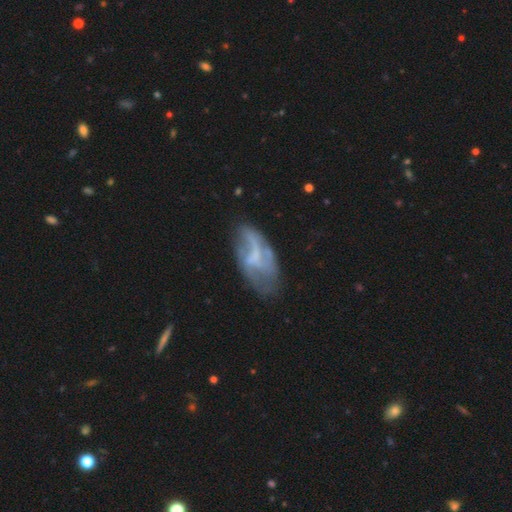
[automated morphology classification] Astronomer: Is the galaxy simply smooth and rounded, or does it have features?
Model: featured or disk — 65%.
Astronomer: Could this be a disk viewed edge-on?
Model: no — 94%.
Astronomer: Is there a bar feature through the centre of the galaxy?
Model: no — 45% (runner-up: weak, 41%).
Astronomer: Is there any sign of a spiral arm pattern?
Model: yes — 64%.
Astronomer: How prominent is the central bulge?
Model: none — 54%.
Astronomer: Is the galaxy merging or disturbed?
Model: none — 49% (runner-up: minor disturbance, 25%).